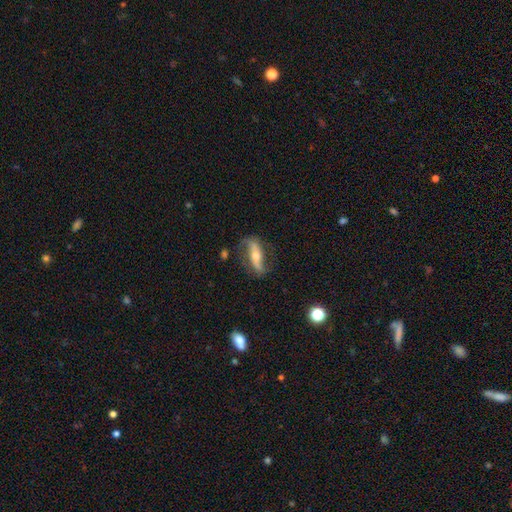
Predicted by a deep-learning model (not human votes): Smooth or featured?
  - featured or disk: 79% *
  - smooth: 14%
  - star or artifact: 7%
Edge-on disk?
  - no: 79% *
  - yes: 21%
Bar?
  - strong: 51% *
  - no: 28%
  - weak: 21%
Spiral arms?
  - yes: 90% *
  - no: 10%
Spiral winding?
  - loose: 61% *
  - medium: 26%
  - tight: 13%
Spiral arm count?
  - 2: 89% *
  - can't tell: 5%
  - 1: 3%
  - 3: 1%
  - 4: 1%
  - more than 4: 1%
Bulge size?
  - moderate: 54% *
  - small: 39%
  - large: 3%
  - none: 2%
  - dominant: 1%
Merging?
  - none: 73% *
  - minor disturbance: 17%
  - major disturbance: 8%
  - merger: 2%